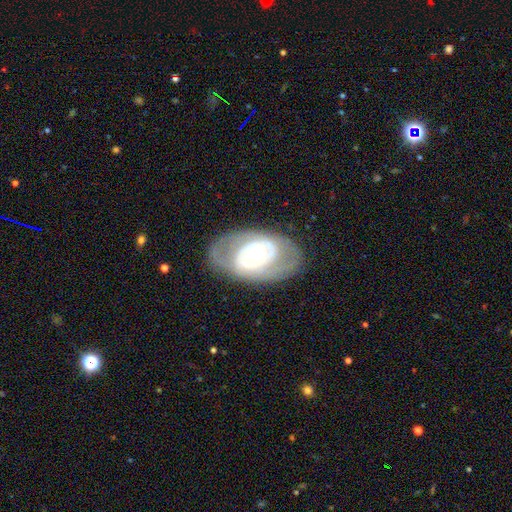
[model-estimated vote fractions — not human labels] This is likely a featured or disk galaxy (79%). It is clearly not viewed edge-on (94%). Bar: likely no (65%). Spiral arm pattern: likely yes (68%). Central bulge: likely moderate (68%). Merging: likely none (72%).